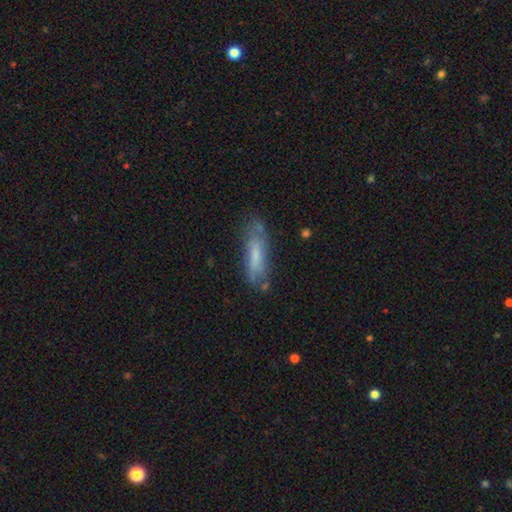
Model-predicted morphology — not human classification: A smooth galaxy with no disk features (63%) that is cigar-shaped (68%).

Vote fractions:
- Smooth or featured? smooth: 63% / featured or disk: 29% / star or artifact: 8%
- How rounded? cigar-shaped: 68% / in between: 30% / round: 2%
- Merging? none: 62% / minor disturbance: 24% / major disturbance: 9% / merger: 6%